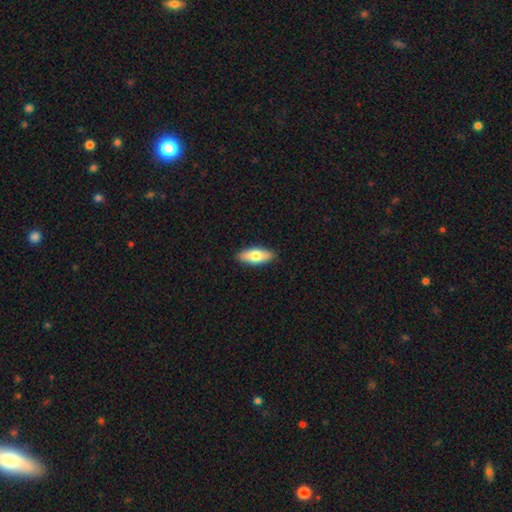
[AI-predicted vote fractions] Overall: smooth (72%). How rounded: in between (78%). Merging: none (89%).